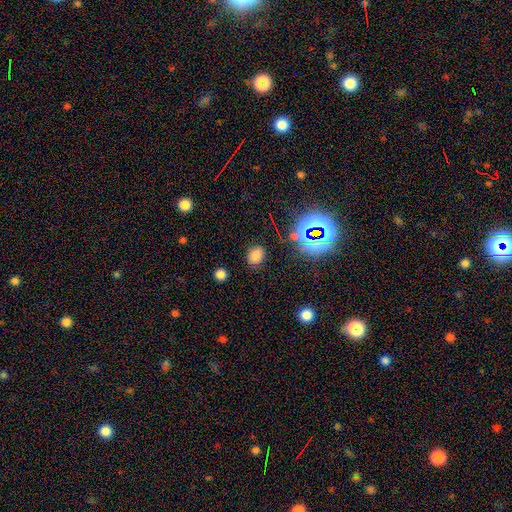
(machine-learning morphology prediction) Smooth or featured: smooth — 72% (star or artifact — 23%)
How rounded: in between — 54% (round — 45%)
Merging: none — 83% (minor disturbance — 11%)